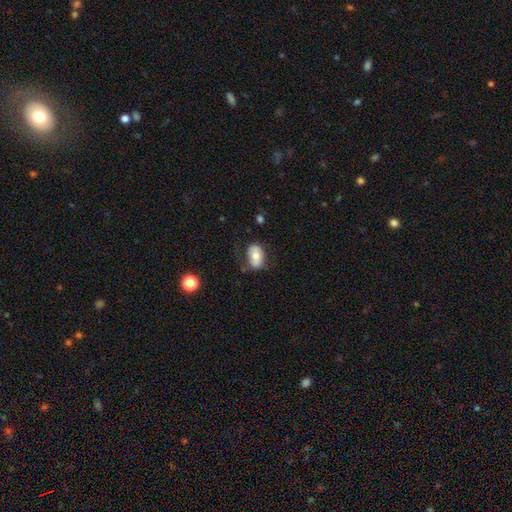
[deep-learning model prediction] Smooth or featured? Predicted: smooth (p=0.65). How rounded? Predicted: in between (p=0.88). Merging? Predicted: none (p=0.68).